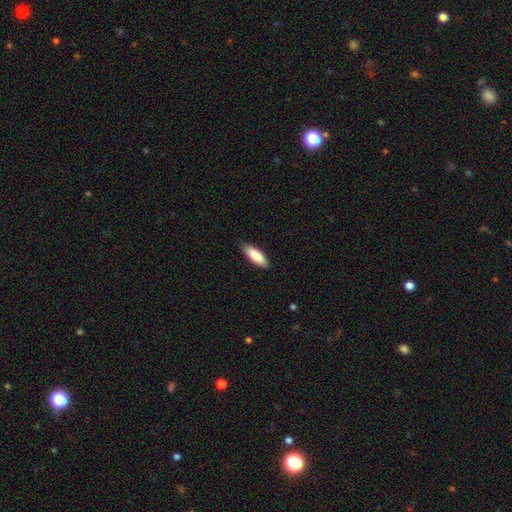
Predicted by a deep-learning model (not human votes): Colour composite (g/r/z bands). It shows a smooth galaxy with no disk features (85%) that is in between round and cigar-shaped (60%). Merging: none (87%).